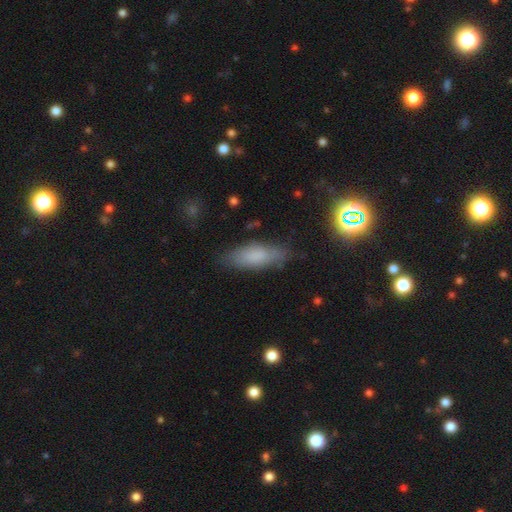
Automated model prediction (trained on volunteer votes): This is likely a smooth galaxy (74%). How rounded: possibly in between (59%). Merging: likely none (77%).